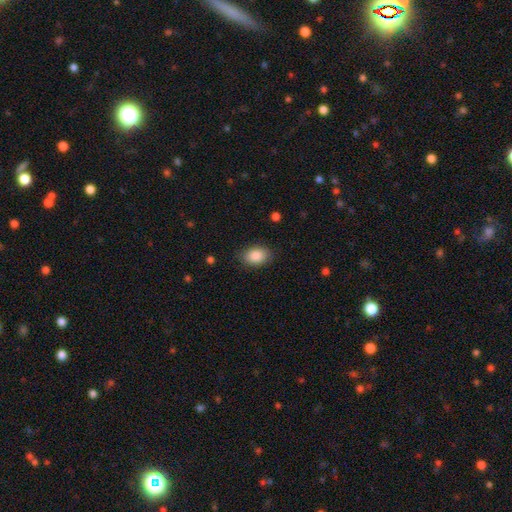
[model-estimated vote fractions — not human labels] Smooth or featured? Predicted: smooth (p=0.88). How rounded? Predicted: in between (p=0.83). Merging? Predicted: none (p=0.85).